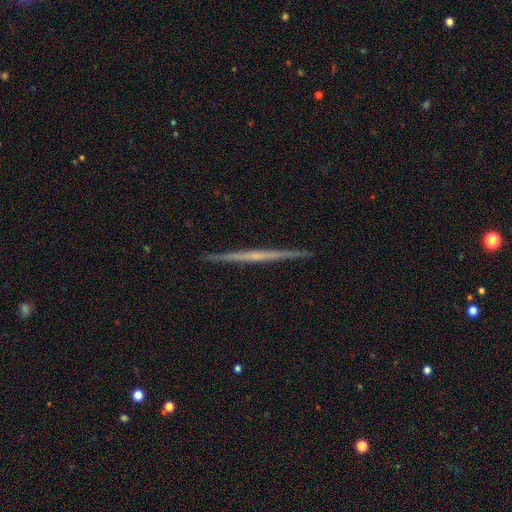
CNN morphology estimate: smooth-or-featured: featured or disk: 72% | smooth: 22% | star or artifact: 6%
  disk-edge-on: yes: 98% | no: 2%
    edge-on-bulge: none: 75% | rounded: 19% | boxy: 5%
  merging: none: 93% | minor disturbance: 5% | major disturbance: 1% | merger: 1%